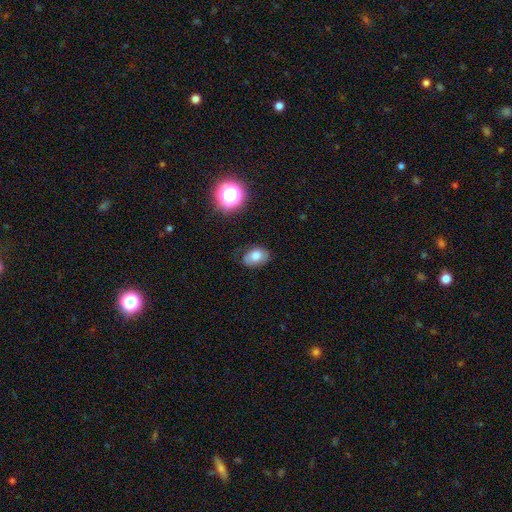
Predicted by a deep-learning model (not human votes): smooth_or_featured: smooth (p=0.74) [alt: featured or disk p=0.15]
how_rounded: in between (p=0.79) [alt: round p=0.20]
merging: none (p=0.76) [alt: minor disturbance p=0.19]